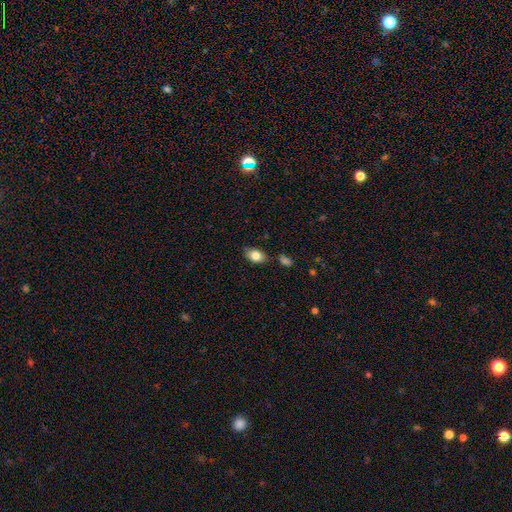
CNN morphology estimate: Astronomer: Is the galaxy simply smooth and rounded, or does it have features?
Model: smooth — 82%.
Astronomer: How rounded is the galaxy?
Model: in between — 87%.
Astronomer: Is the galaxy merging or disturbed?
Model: none — 77%.